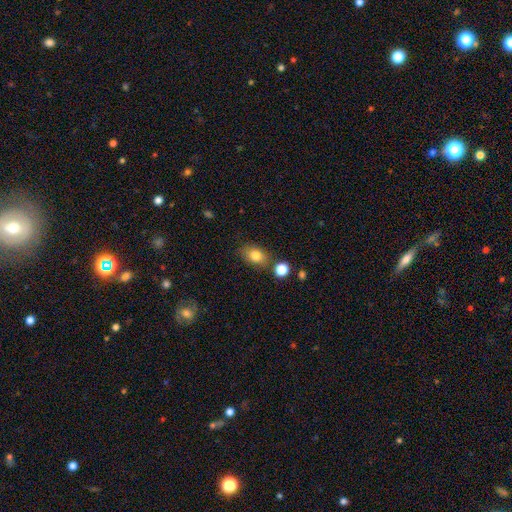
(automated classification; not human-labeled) Smooth or featured?
  - smooth: 81% *
  - star or artifact: 10%
  - featured or disk: 9%
How rounded?
  - in between: 74% *
  - round: 25%
  - cigar-shaped: 1%
Merging?
  - none: 75% *
  - minor disturbance: 14%
  - merger: 7%
  - major disturbance: 4%